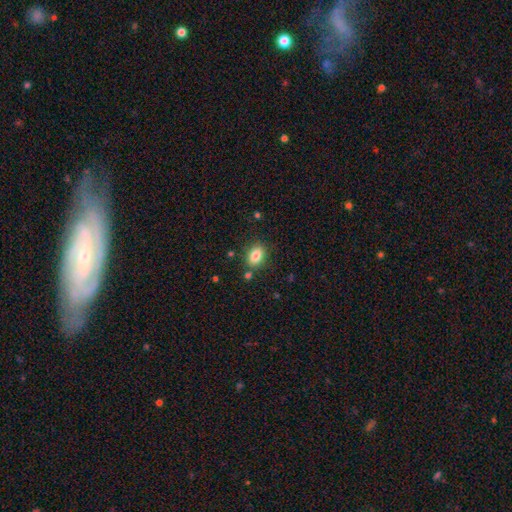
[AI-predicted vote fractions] Smooth or featured? smooth (84%)
How rounded? in between (81%)
Merging? none (81%)